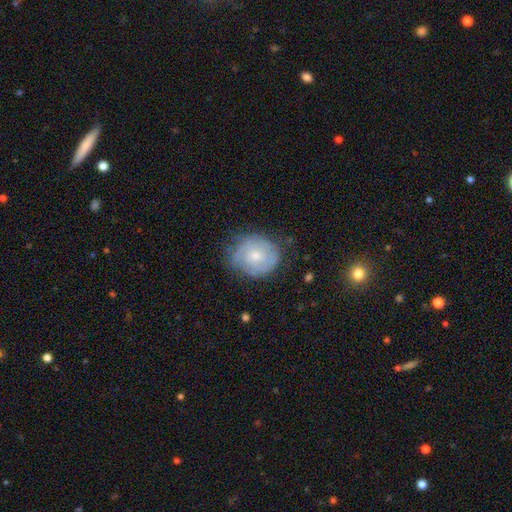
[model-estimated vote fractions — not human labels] smooth_or_featured: featured or disk (p=0.51) [alt: smooth p=0.41]
disk_edge_on: no (p=0.97) [alt: yes p=0.03]
merging: none (p=0.65) [alt: minor disturbance p=0.25]